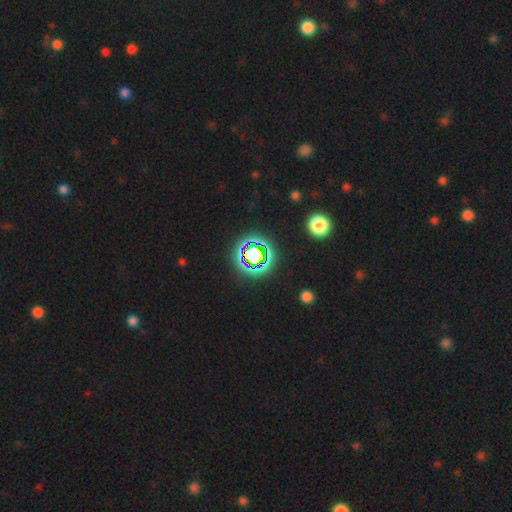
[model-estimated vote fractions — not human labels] Smooth or featured? star or artifact (68%)